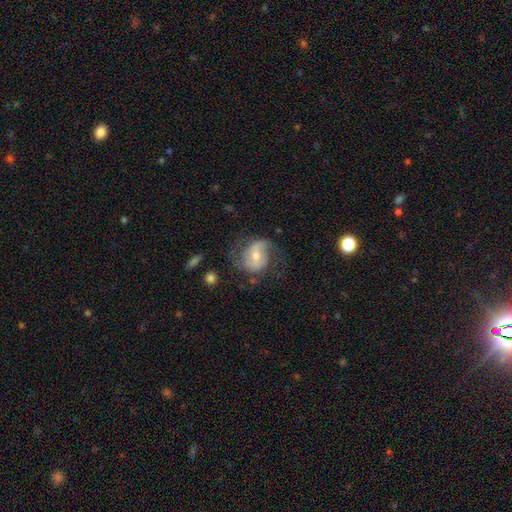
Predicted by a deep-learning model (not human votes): Morphology: type=featured or disk (67%); edge-on=no (96%); bar=weak (48%); spiral arms=yes (84%); winding=loose (42%, tied with medium); arm count=2 (75%); bulge=moderate (60%); merging=none (52%).